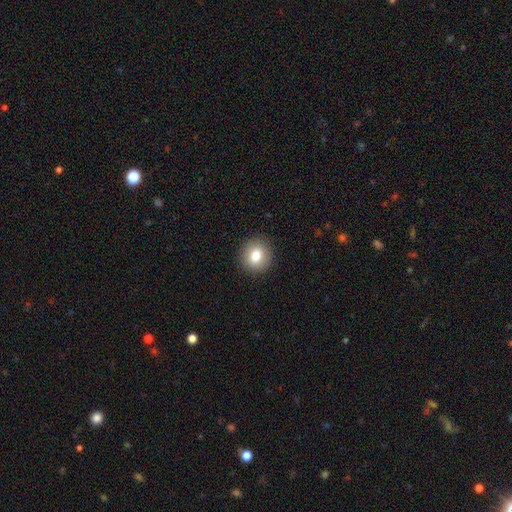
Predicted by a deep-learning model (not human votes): A smooth galaxy with no disk features (79%) that is round (87%).

Vote fractions:
- Smooth or featured? smooth: 79% / featured or disk: 12% / star or artifact: 10%
- How rounded? round: 87% / in between: 12% / cigar-shaped: 1%
- Merging? none: 91% / minor disturbance: 6% / major disturbance: 2% / merger: 1%